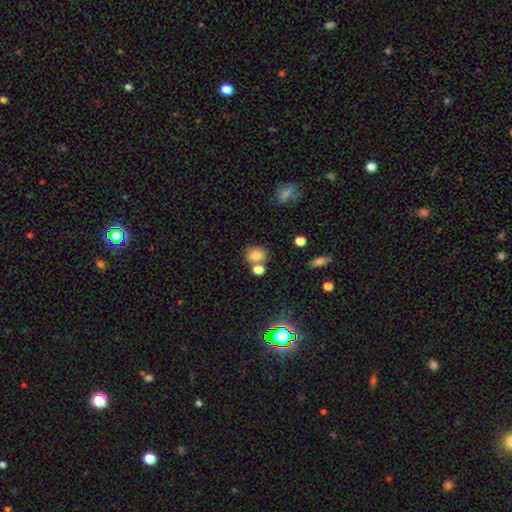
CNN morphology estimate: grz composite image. It shows a smooth galaxy with no disk features (80%) that is round (64%). Merging: none (58%).